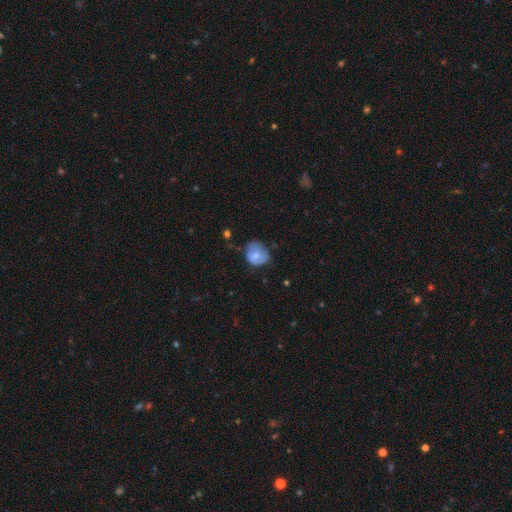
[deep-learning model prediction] Morphology: type=smooth (62%); roundness=round (60%); merging=none (46%).